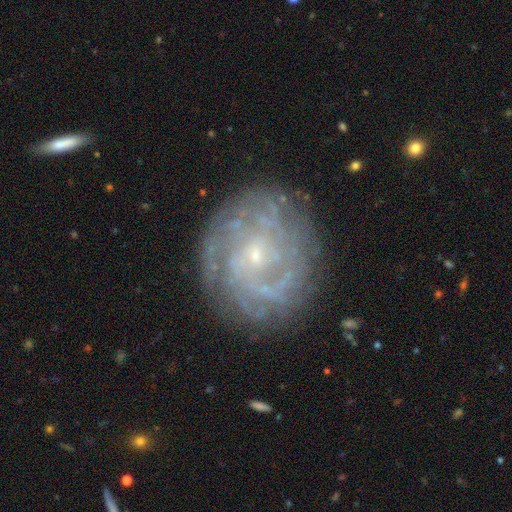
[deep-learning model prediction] Smooth or featured?
  - featured or disk: 82% *
  - smooth: 11%
  - star or artifact: 7%
Edge-on disk?
  - no: 97% *
  - yes: 3%
Bar?
  - no: 70% *
  - weak: 25%
  - strong: 6%
Spiral arms?
  - yes: 91% *
  - no: 9%
Spiral winding?
  - tight: 70% *
  - medium: 23%
  - loose: 7%
Spiral arm count?
  - can't tell: 41% *
  - 2: 15%
  - 4: 14%
  - 3: 13%
  - more than 4: 9%
  - 1: 7%
Bulge size?
  - small: 84% *
  - moderate: 11%
  - none: 3%
  - large: 1%
  - dominant: 1%
Merging?
  - none: 79% *
  - minor disturbance: 14%
  - major disturbance: 6%
  - merger: 1%